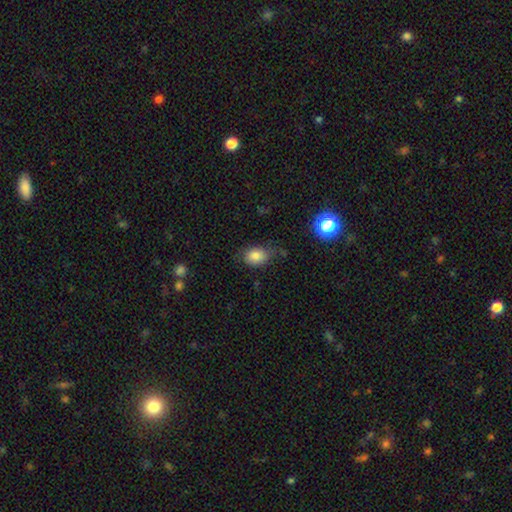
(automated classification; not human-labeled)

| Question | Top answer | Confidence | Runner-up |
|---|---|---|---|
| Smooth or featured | smooth | 81% | star or artifact (10%) |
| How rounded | in between | 72% | round (27%) |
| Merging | none | 63% | minor disturbance (27%) |